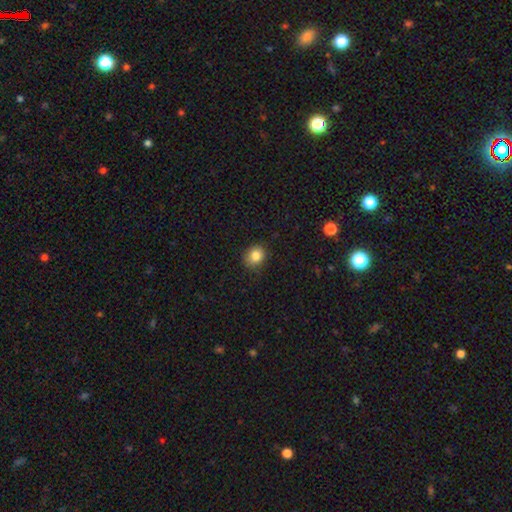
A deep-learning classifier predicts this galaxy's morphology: Smooth or featured? smooth (83%)
How rounded? round (70%)
Merging? none (83%)